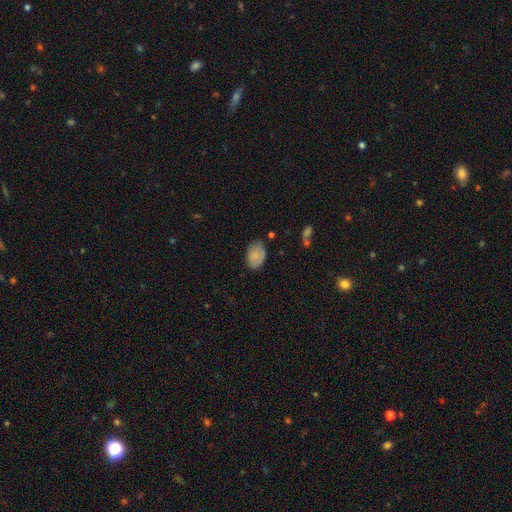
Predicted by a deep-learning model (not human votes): Smooth or featured? Predicted: smooth (p=0.81). How rounded? Predicted: in between (p=0.87). Merging? Predicted: none (p=0.72).